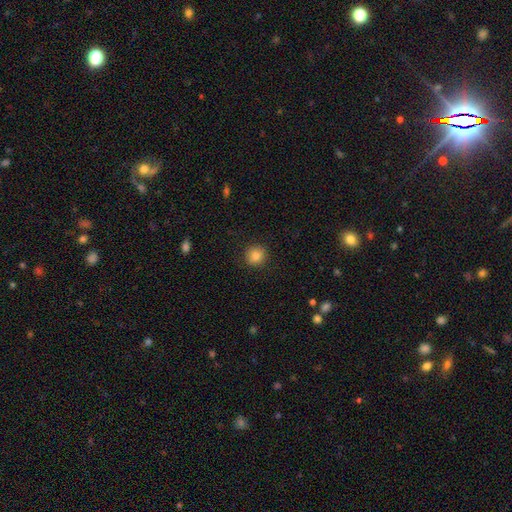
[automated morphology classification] Overall: smooth (84%). How rounded: round (91%). Merging: none (91%).